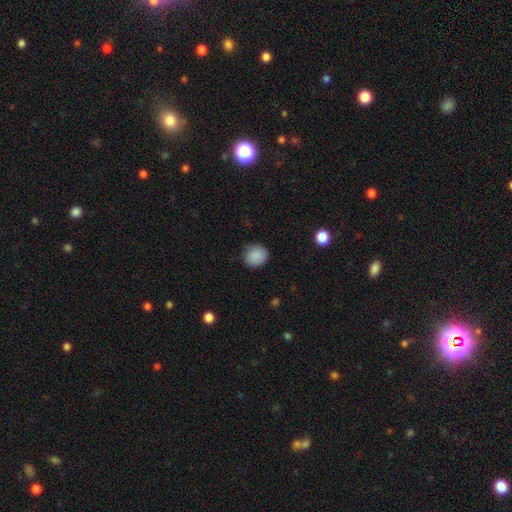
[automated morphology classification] smooth 88%, star or artifact 8%, featured or disk 3%. Down the decision tree: how rounded — round (87%); merging — none (86%).